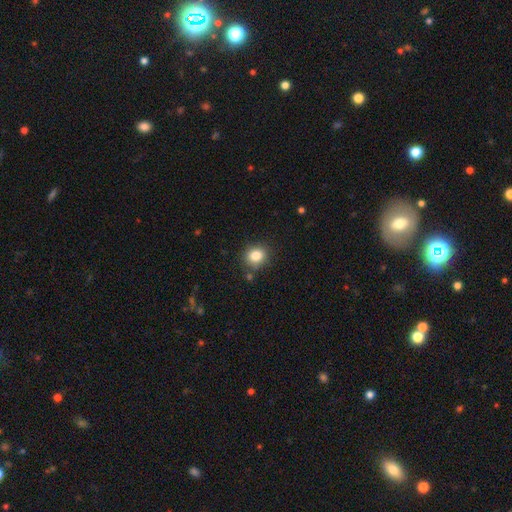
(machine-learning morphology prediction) The model was most divided on "how rounded": round: 71%, in between: 28%, cigar-shaped: 1%. More confident: smooth or featured — smooth (83%); merging — none (83%).